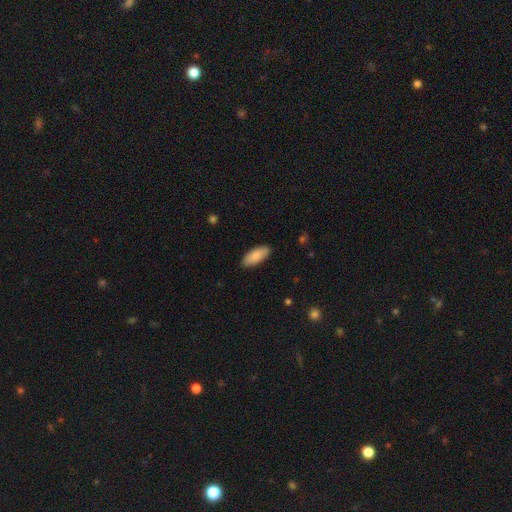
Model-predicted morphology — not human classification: smooth-or-featured: smooth: 87% | featured or disk: 7% | star or artifact: 6%
  how-rounded: in between: 82% | cigar-shaped: 16% | round: 2%
  merging: none: 88% | minor disturbance: 9% | major disturbance: 2% | merger: 1%